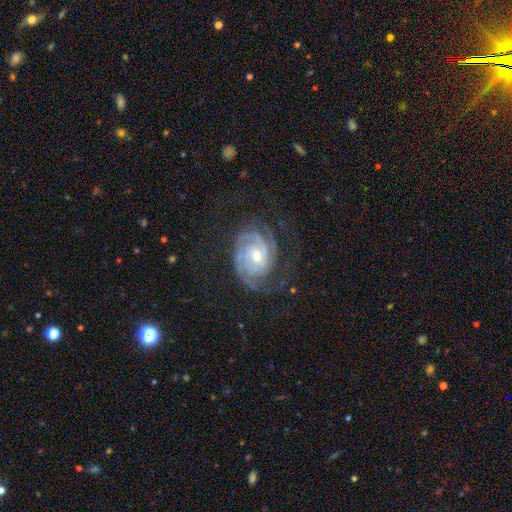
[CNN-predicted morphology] smooth-or-featured: featured or disk: 89% | star or artifact: 6% | smooth: 5%
  disk-edge-on: no: 97% | yes: 3%
    bar: no: 57% | weak: 34% | strong: 10%
    has-spiral-arms: yes: 98% | no: 2%
      spiral-winding: tight: 72% | medium: 23% | loose: 5%
      spiral-arm-count: 3: 28% | 2: 24% | can't tell: 21% | 4: 14% | more than 4: 7% | 1: 7%
    bulge-size: moderate: 51% | small: 45% | large: 2% | none: 1% | dominant: 1%
  merging: none: 69% | minor disturbance: 18% | major disturbance: 12% | merger: 1%